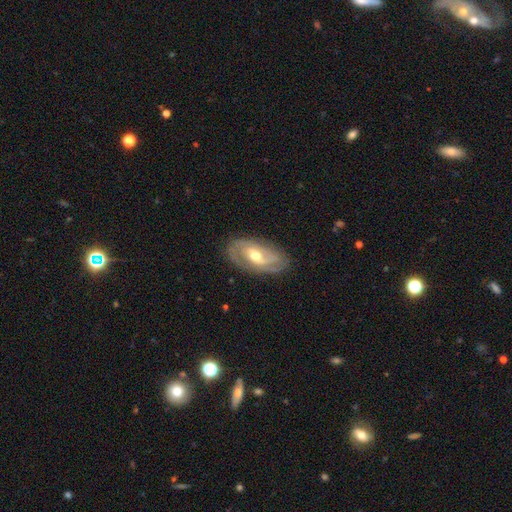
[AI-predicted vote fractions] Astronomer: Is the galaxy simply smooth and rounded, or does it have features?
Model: featured or disk — 77%.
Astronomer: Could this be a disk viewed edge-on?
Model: no — 92%.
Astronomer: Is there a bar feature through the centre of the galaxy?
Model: weak — 43% (runner-up: no, 38%).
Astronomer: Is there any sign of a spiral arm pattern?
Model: yes — 84%.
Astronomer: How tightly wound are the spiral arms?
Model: tight — 49% (runner-up: medium, 37%).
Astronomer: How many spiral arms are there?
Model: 2 — 58%.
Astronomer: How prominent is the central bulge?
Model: moderate — 72%.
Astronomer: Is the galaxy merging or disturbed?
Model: none — 79%.